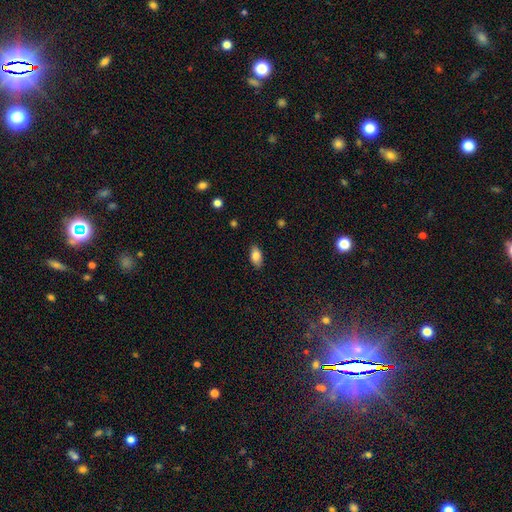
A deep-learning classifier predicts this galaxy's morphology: type=smooth (82%); roundness=in between (91%); merging=none (86%).